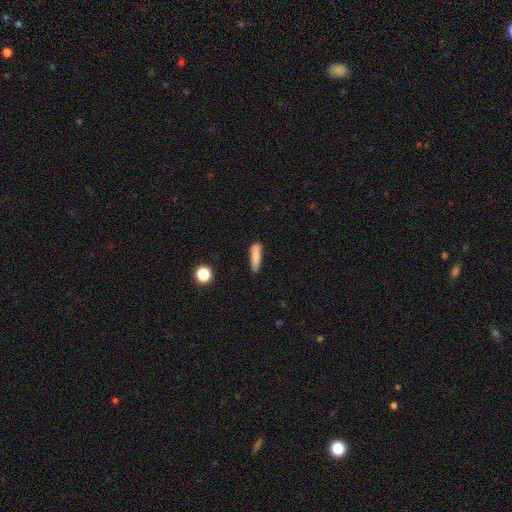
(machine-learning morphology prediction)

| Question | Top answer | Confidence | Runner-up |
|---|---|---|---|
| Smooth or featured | smooth | 81% | featured or disk (10%) |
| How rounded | cigar-shaped | 72% | in between (25%) |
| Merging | none | 75% | minor disturbance (18%) |